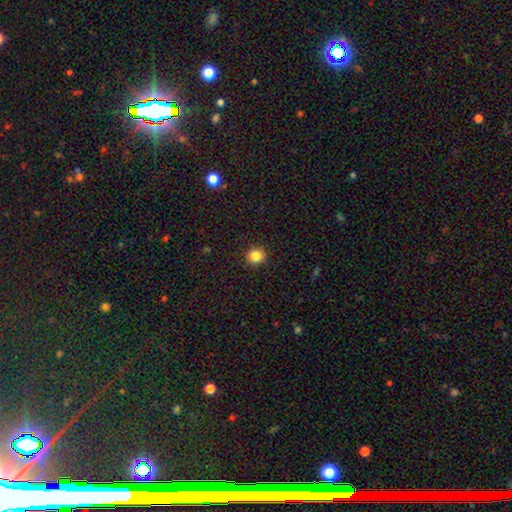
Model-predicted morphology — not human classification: The model was most divided on "smooth or featured": smooth: 85%, star or artifact: 11%, featured or disk: 4%. More confident: merging — none (92%); how rounded — round (89%).